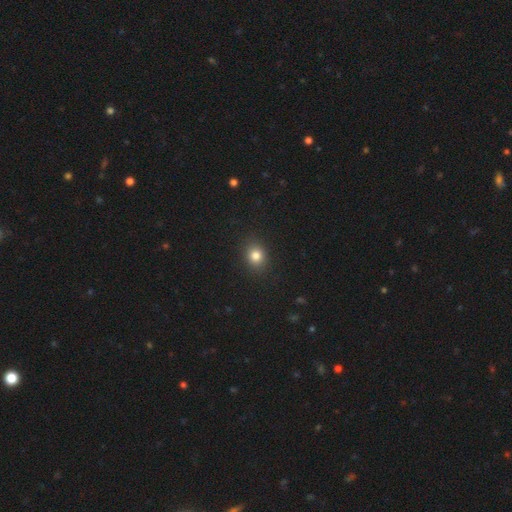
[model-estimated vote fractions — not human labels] Smooth or featured?
  - smooth: 82% *
  - star or artifact: 12%
  - featured or disk: 6%
How rounded?
  - round: 63% *
  - in between: 36%
  - cigar-shaped: 1%
Merging?
  - none: 89% *
  - minor disturbance: 8%
  - major disturbance: 2%
  - merger: 1%